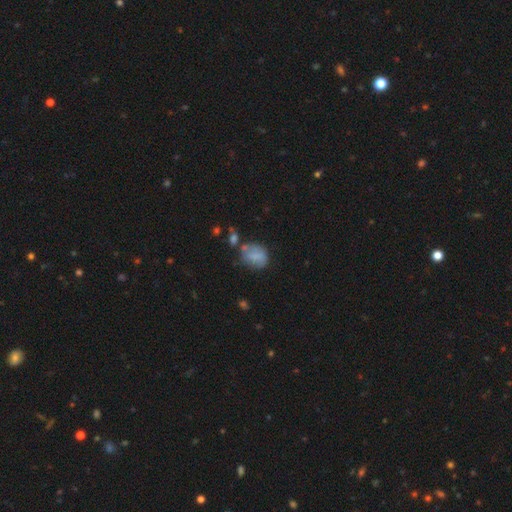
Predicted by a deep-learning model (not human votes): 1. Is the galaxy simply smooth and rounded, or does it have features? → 71% smooth, 19% featured or disk, 9% star or artifact.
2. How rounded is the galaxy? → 55% in between, 43% round, 1% cigar-shaped.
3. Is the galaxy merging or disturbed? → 50% none, 26% minor disturbance, 13% merger, 11% major disturbance.